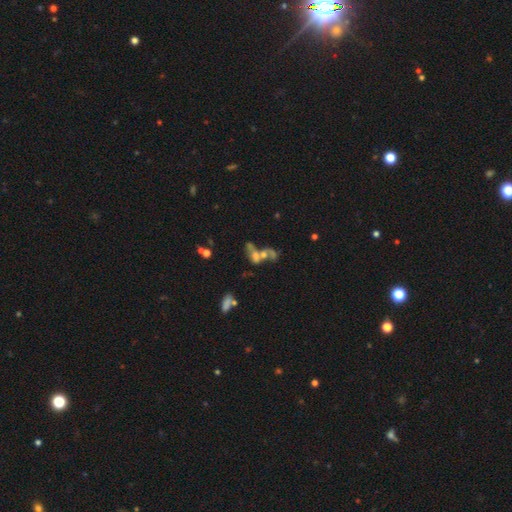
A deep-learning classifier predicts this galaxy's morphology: This is marginally a featured or disk galaxy (42%). Merging: likely merger (62%).